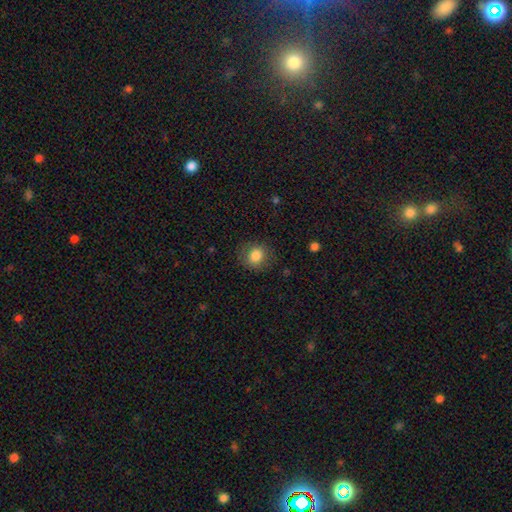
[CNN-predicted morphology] Overall: smooth (83%). How rounded: round (75%). Merging: none (80%).